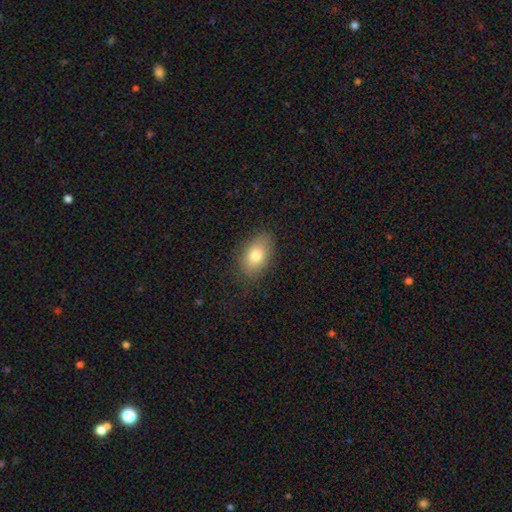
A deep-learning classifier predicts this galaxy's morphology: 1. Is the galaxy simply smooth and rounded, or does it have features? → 78% smooth, 13% featured or disk, 9% star or artifact.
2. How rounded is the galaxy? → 85% in between, 13% round, 2% cigar-shaped.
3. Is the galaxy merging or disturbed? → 82% none, 13% minor disturbance, 4% major disturbance, 1% merger.